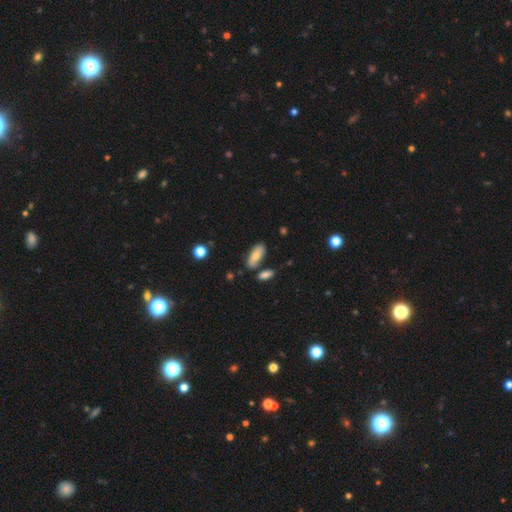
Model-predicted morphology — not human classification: Smooth or featured? smooth (78%)
How rounded? in between (79%)
Merging? none (74%)